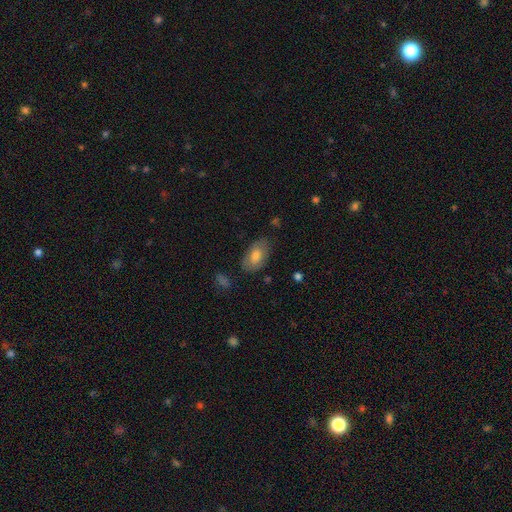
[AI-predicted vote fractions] smooth 72%, featured or disk 20%, star or artifact 7%. Down the decision tree: how rounded — in between (93%); merging — none (77%).